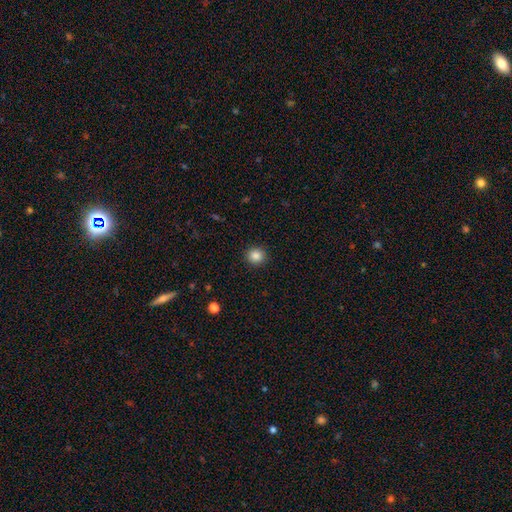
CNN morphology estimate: Q: Smooth or featured?
A: smooth (86%); runner-up: star or artifact (11%)
Q: How rounded?
A: round (92%); runner-up: in between (7%)
Q: Merging?
A: none (92%); runner-up: minor disturbance (5%)